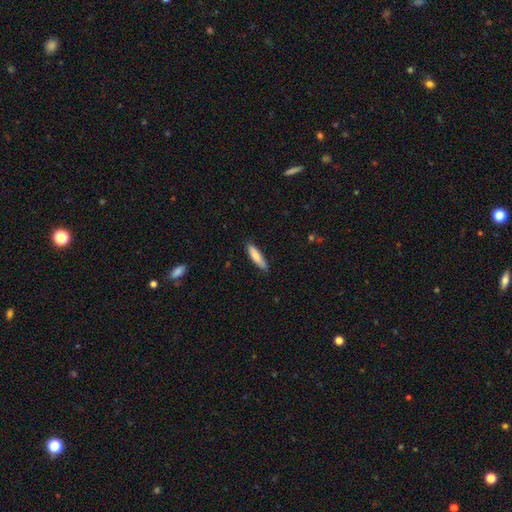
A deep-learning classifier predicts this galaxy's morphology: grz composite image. It shows a smooth galaxy with no disk features (79%) that is cigar-shaped (73%). Merging: none (84%).